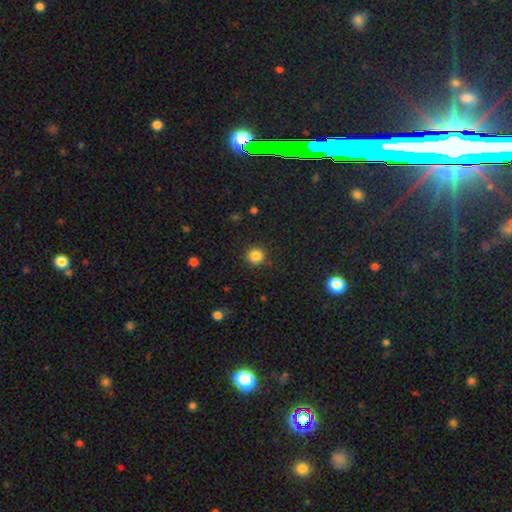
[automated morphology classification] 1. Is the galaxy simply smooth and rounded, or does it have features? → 84% smooth, 12% star or artifact, 4% featured or disk.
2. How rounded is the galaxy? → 93% round, 6% in between, 1% cigar-shaped.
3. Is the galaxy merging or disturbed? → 90% none, 6% minor disturbance, 2% major disturbance, 1% merger.